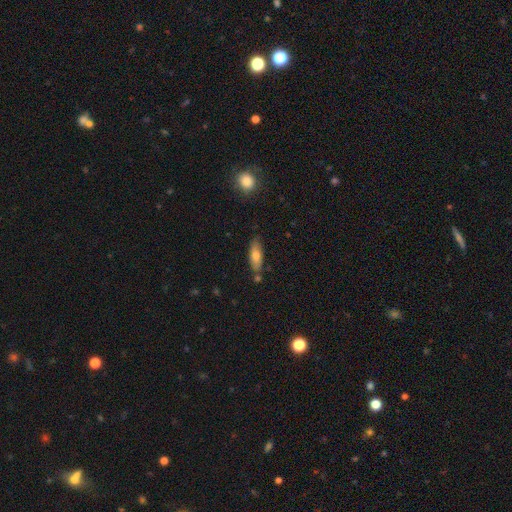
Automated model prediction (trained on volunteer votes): Smooth or featured? smooth (73%)
How rounded? in between (61%)
Merging? none (73%)